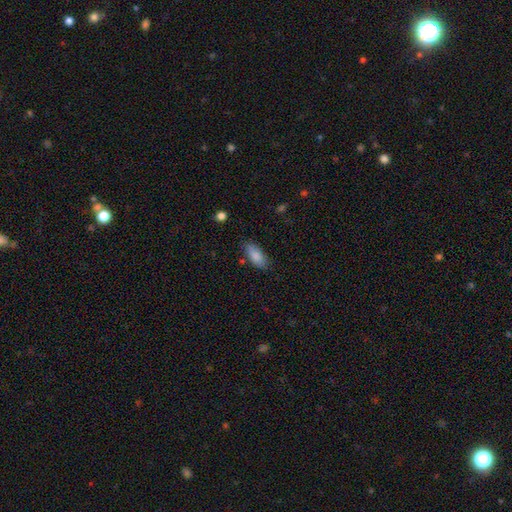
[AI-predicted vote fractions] Smooth or featured?
  - smooth: 85% *
  - featured or disk: 8%
  - star or artifact: 7%
How rounded?
  - in between: 84% *
  - cigar-shaped: 14%
  - round: 2%
Merging?
  - none: 78% *
  - minor disturbance: 16%
  - major disturbance: 3%
  - merger: 3%